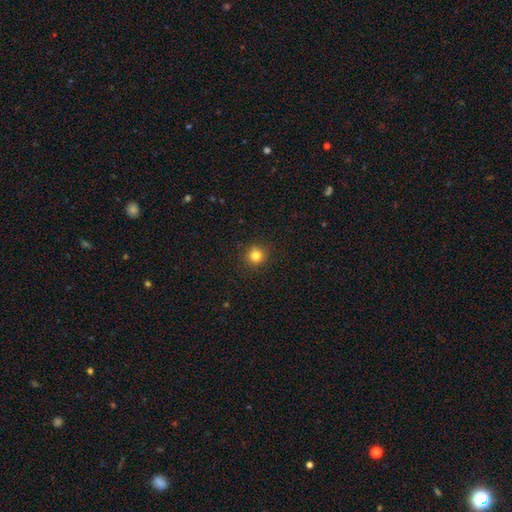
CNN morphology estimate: A smooth galaxy with no disk features (81%) that is round (93%). Merging: none (90%).